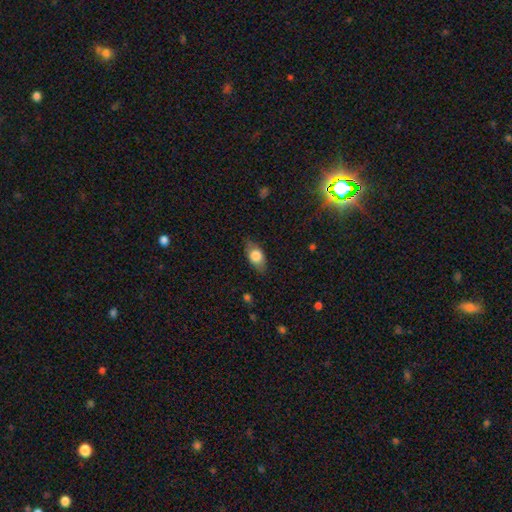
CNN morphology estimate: This appears to be a smooth galaxy with no disk features (74%) that is in between round and cigar-shaped (85%). Merging: none (78%).